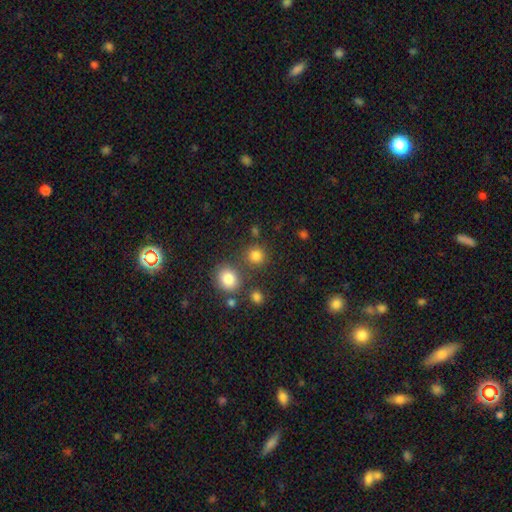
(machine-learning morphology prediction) This appears to be a smooth galaxy with no disk features (81%) that is round (89%). Merging: none (76%).